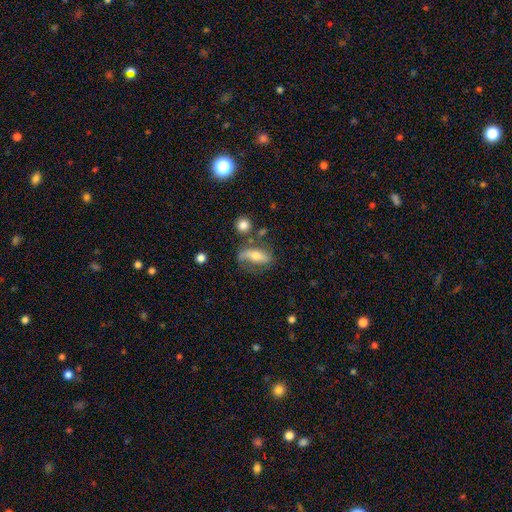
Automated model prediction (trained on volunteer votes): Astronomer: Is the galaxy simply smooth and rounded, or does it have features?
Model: featured or disk — 50% (runner-up: smooth, 42%).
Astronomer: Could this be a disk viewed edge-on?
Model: no — 74%.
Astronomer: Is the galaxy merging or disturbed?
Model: none — 55%.